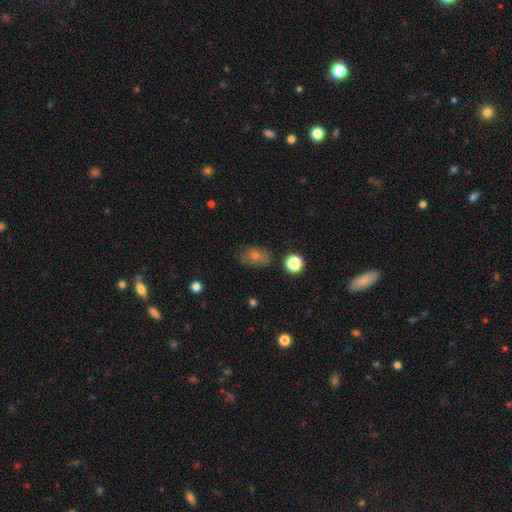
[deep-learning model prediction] Smooth or featured? Predicted: smooth (p=0.64). How rounded? Predicted: in between (p=0.80). Merging? Predicted: none (p=0.78).